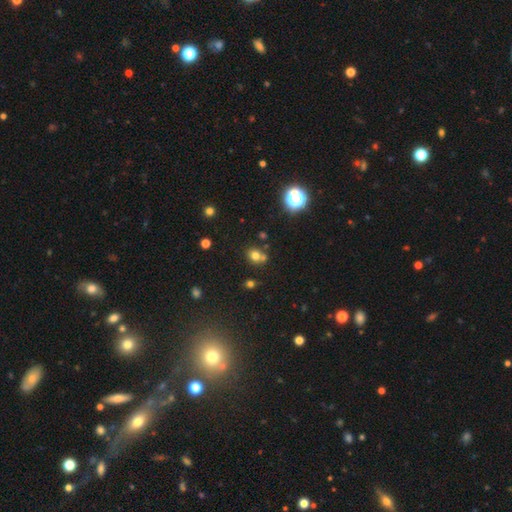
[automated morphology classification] Smooth or featured: smooth — 71% (star or artifact — 19%)
How rounded: round — 72% (in between — 27%)
Merging: none — 59% (merger — 27%)